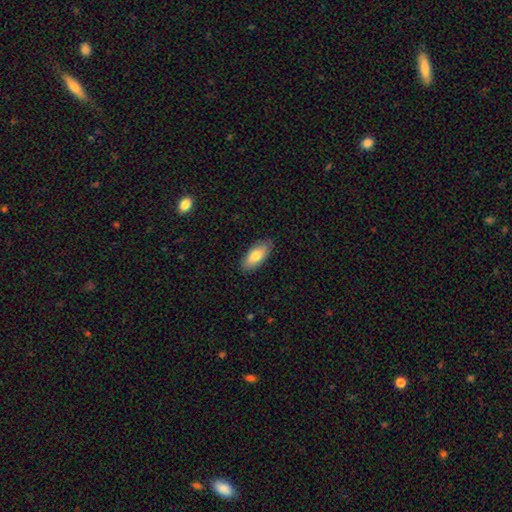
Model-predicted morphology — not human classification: Smooth or featured? smooth (81%)
How rounded? in between (87%)
Merging? none (87%)